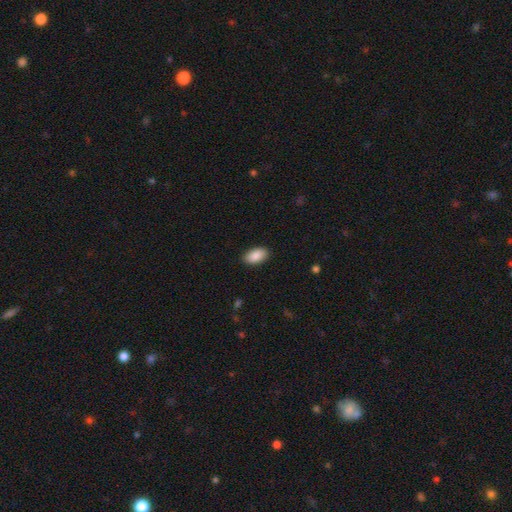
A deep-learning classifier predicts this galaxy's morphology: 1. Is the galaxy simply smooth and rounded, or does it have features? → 89% smooth, 6% star or artifact, 4% featured or disk.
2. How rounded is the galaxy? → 95% in between, 4% round, 2% cigar-shaped.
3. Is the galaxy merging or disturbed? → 89% none, 8% minor disturbance, 2% major disturbance, 1% merger.